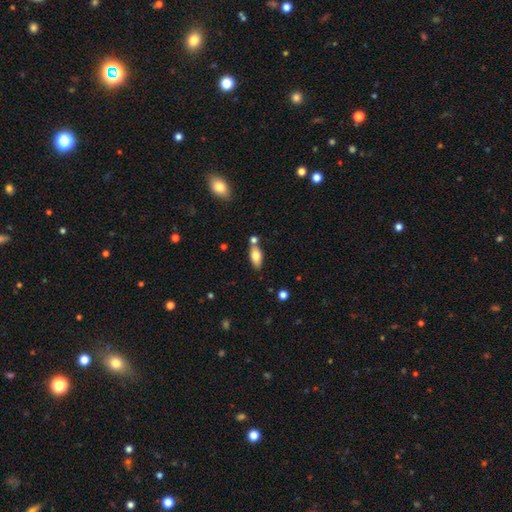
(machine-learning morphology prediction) smooth_or_featured: smooth (p=0.77) [alt: featured or disk p=0.16]
how_rounded: in between (p=0.86) [alt: cigar-shaped p=0.11]
merging: none (p=0.67) [alt: merger p=0.16]